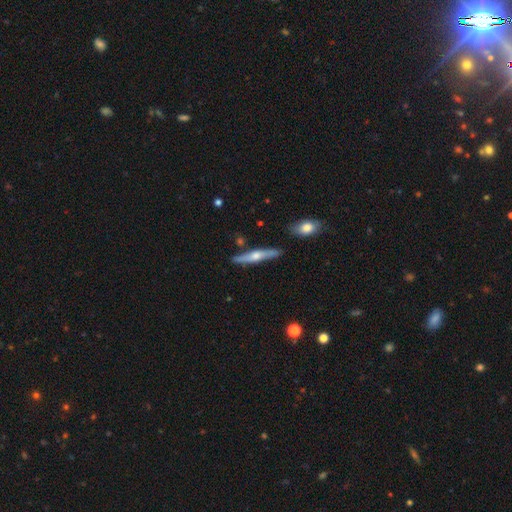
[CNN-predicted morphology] Smooth or featured?
  - featured or disk: 62% *
  - smooth: 33%
  - star or artifact: 6%
Edge-on disk?
  - yes: 95% *
  - no: 5%
Edge-on bulge?
  - rounded: 89% *
  - none: 7%
  - boxy: 4%
Merging?
  - none: 85% *
  - minor disturbance: 10%
  - merger: 3%
  - major disturbance: 2%